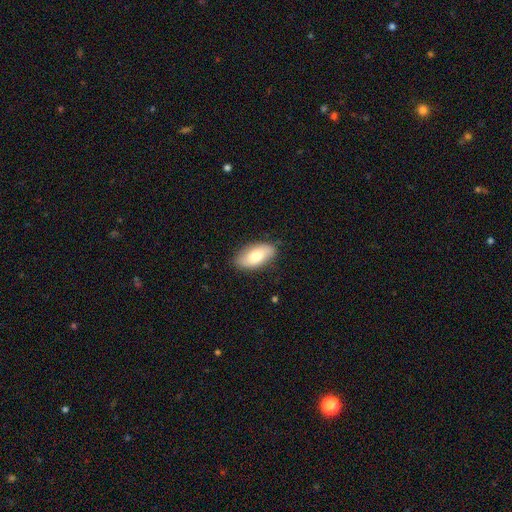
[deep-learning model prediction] Smooth or featured? Predicted: smooth (p=0.73). How rounded? Predicted: in between (p=0.92). Merging? Predicted: none (p=0.82).